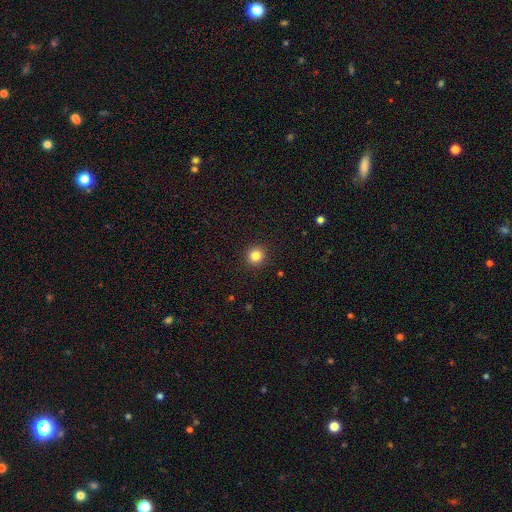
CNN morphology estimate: Smooth or featured: smooth — 84% (star or artifact — 11%)
How rounded: round — 94% (in between — 5%)
Merging: none — 92% (minor disturbance — 5%)